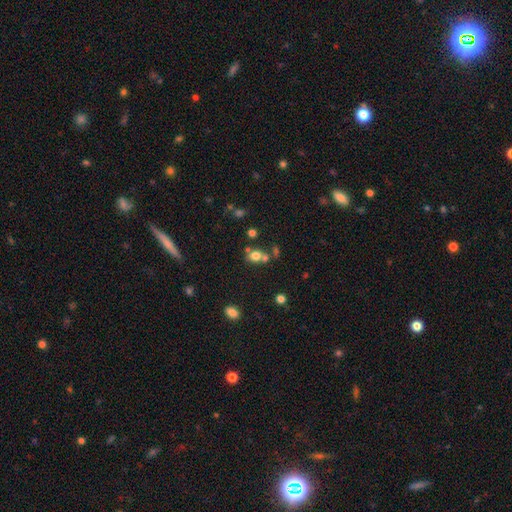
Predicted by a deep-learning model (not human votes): smooth 72%, star or artifact 16%, featured or disk 12%. Down the decision tree: how rounded — round (56%); merging — none (49%).